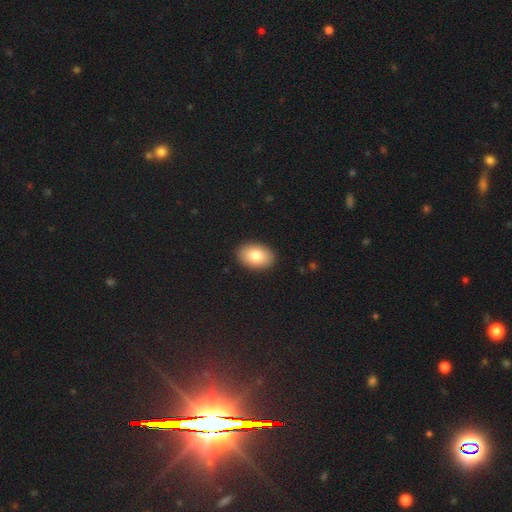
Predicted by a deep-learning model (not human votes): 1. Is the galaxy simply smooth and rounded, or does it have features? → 82% smooth, 11% featured or disk, 7% star or artifact.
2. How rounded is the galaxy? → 86% in between, 13% round, 1% cigar-shaped.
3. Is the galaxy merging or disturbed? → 91% none, 6% minor disturbance, 2% major disturbance, 1% merger.